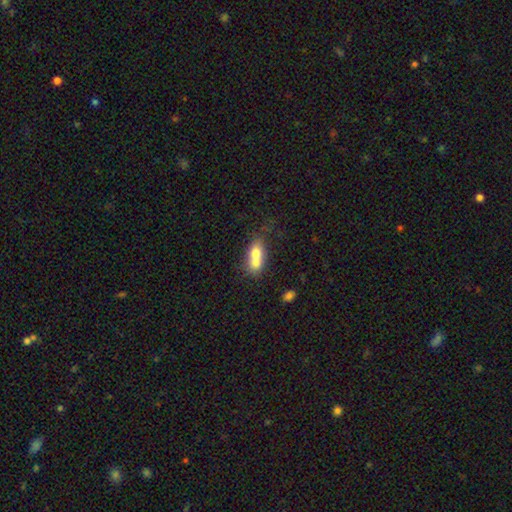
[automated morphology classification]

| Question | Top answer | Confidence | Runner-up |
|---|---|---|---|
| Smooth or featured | smooth | 66% | featured or disk (25%) |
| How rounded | in between | 72% | round (18%) |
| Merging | merger | 61% | none (23%) |